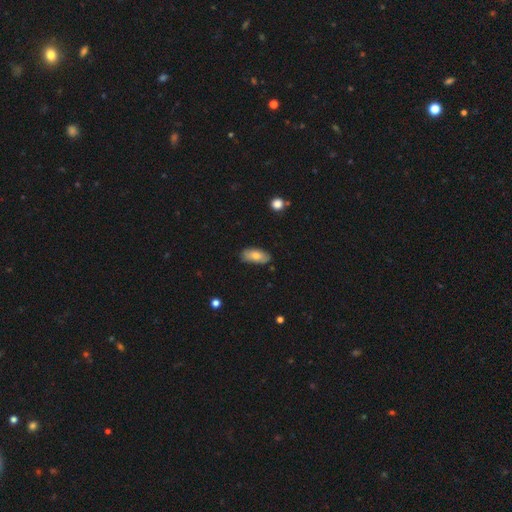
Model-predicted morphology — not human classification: Q: Smooth or featured?
A: smooth (72%); runner-up: featured or disk (22%)
Q: How rounded?
A: in between (89%); runner-up: cigar-shaped (8%)
Q: Merging?
A: none (77%); runner-up: minor disturbance (18%)